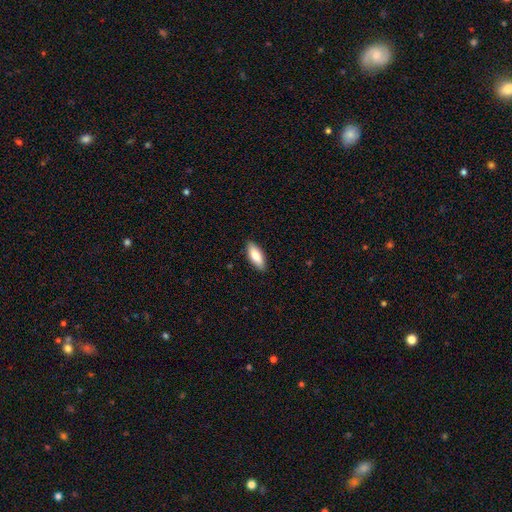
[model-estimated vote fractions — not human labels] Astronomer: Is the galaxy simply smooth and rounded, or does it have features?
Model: smooth — 81%.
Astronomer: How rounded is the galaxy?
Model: in between — 75%.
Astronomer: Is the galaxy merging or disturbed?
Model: none — 89%.